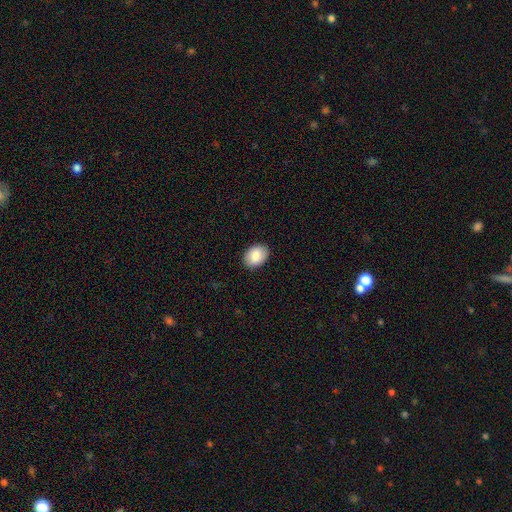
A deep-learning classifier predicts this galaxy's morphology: Q: Smooth or featured?
A: smooth (86%); runner-up: featured or disk (7%)
Q: How rounded?
A: in between (74%); runner-up: round (25%)
Q: Merging?
A: none (90%); runner-up: minor disturbance (8%)